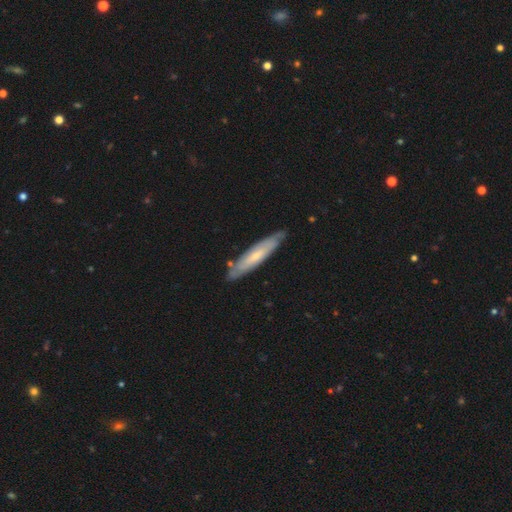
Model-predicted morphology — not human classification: Q: Smooth or featured?
A: featured or disk (49%); runner-up: smooth (46%)
Q: Merging?
A: none (80%); runner-up: minor disturbance (15%)